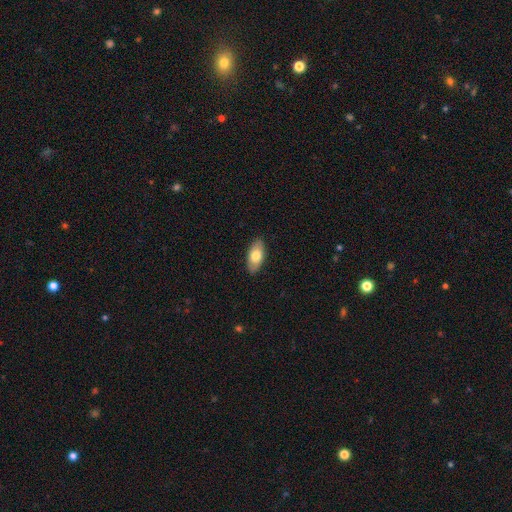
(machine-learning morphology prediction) A smooth galaxy with no disk features (74%) that is in between round and cigar-shaped (91%). Merging: none (89%).